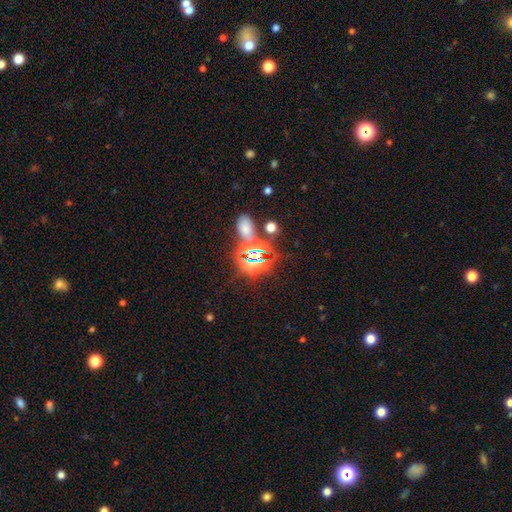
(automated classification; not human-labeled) Smooth or featured?
  - star or artifact: 69% *
  - smooth: 23%
  - featured or disk: 8%